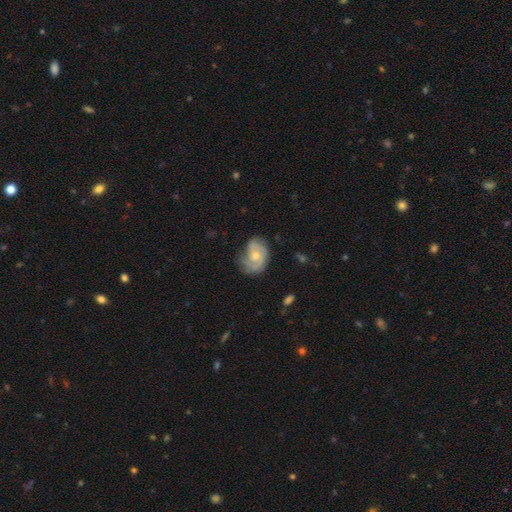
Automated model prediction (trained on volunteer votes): The model was most divided on "spiral winding": tight: 42%, medium: 39%, loose: 20%. Remaining: edge-on disk — no (97%); spiral arms — yes (88%); bar — no (73%); smooth or featured — featured or disk (66%); merging — none (54%); bulge size — small (49%); spiral arm count — 2 (40%).